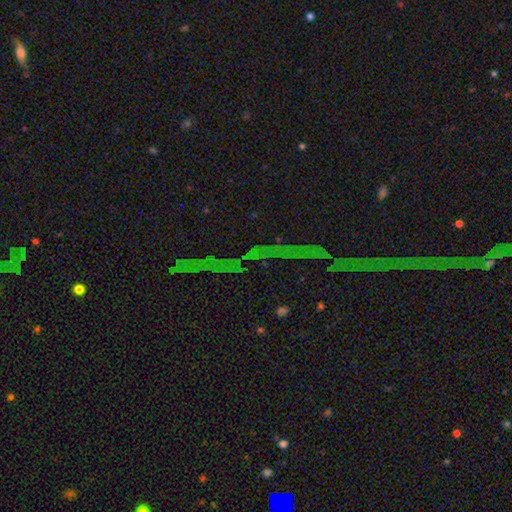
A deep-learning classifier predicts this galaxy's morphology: smooth-or-featured: star or artifact: 83% | featured or disk: 10% | smooth: 7%